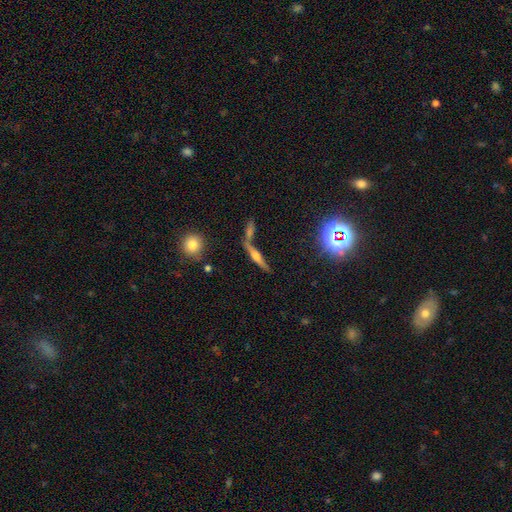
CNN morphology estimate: Overall: featured or disk (63%; smooth 26%). Edge-on disk: yes (93%). Edge-on bulge: rounded (89%). Merging: none (61%; merger 23%).